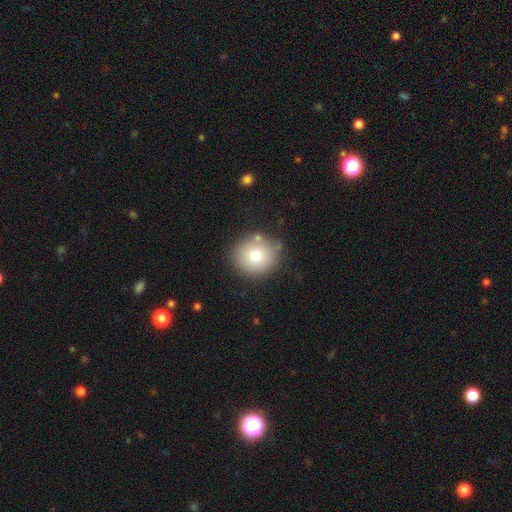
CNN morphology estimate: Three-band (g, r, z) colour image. It shows a smooth galaxy with no disk features (80%) that is round (86%). Merging: none (79%).